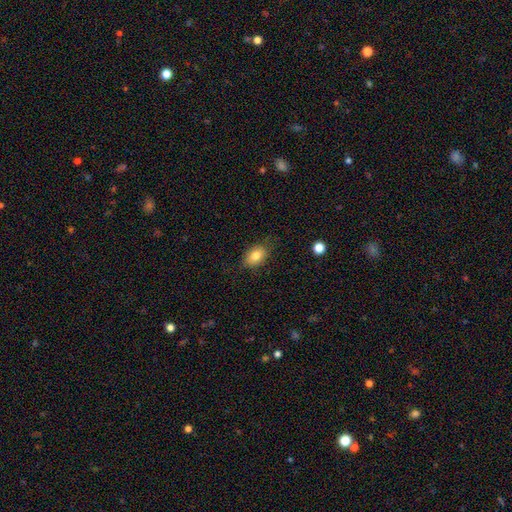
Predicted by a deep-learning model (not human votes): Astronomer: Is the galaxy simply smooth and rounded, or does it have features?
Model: smooth — 80%.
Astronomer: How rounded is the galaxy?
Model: in between — 83%.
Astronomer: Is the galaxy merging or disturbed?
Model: none — 79%.